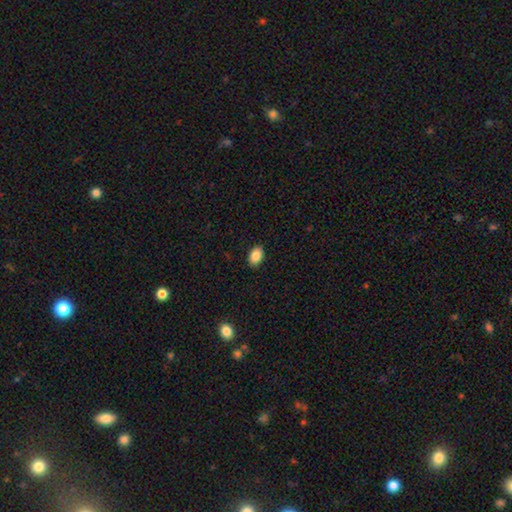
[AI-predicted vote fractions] A smooth galaxy with no disk features (88%) that is in between round and cigar-shaped (87%). Merging: none (90%).